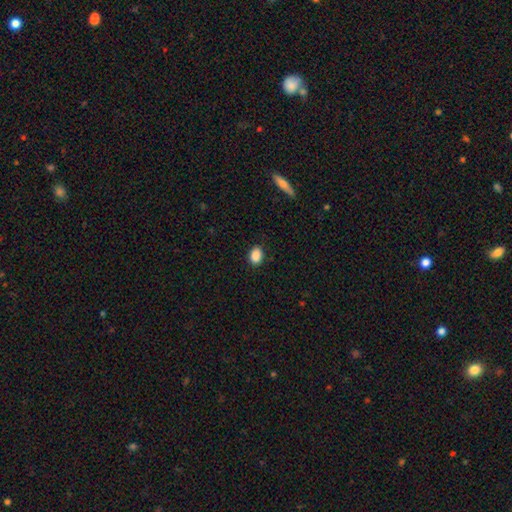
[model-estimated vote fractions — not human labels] A smooth galaxy with no disk features (89%) that is in between round and cigar-shaped (76%). Merging: none (86%).